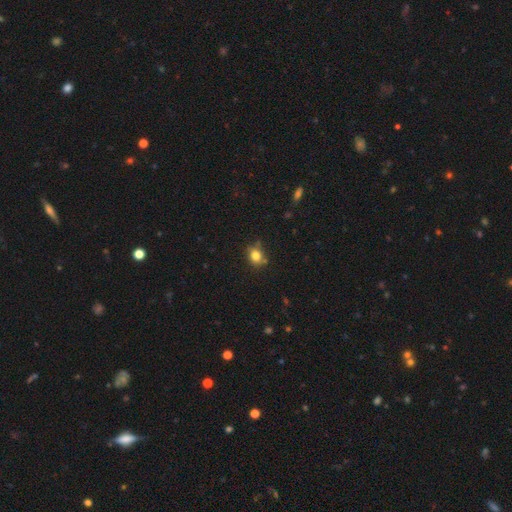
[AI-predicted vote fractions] This appears to be a smooth galaxy with no disk features (80%) that is round (59%). Merging: none (73%).